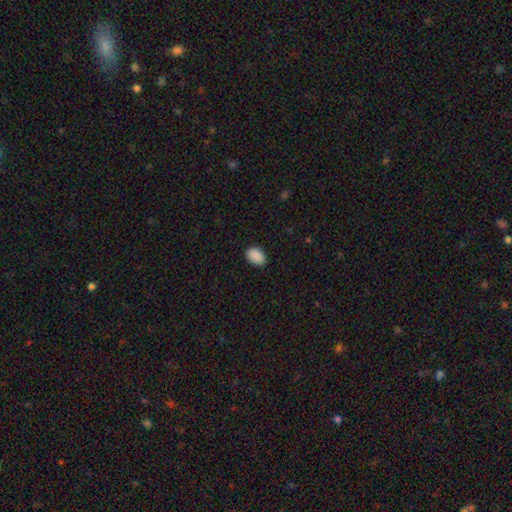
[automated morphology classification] A smooth galaxy with no disk features (90%) that is in between round and cigar-shaped (85%). Merging: none (88%).